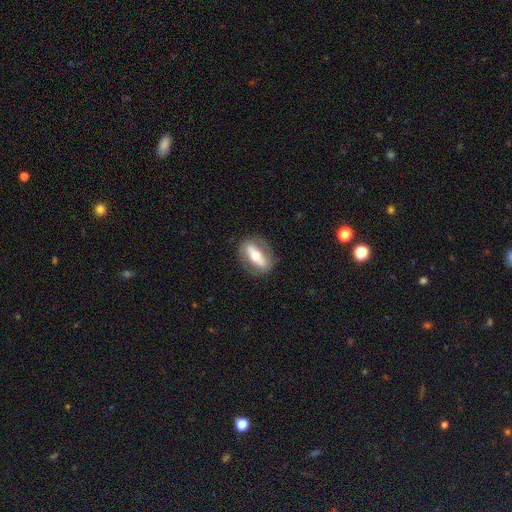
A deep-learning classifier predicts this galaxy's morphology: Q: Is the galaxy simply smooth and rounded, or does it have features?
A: featured or disk — 56%.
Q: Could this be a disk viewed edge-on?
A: no — 68%.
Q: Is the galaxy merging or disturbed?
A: none — 80%.